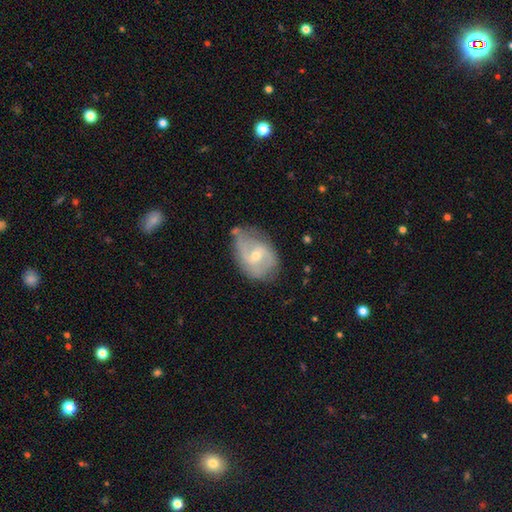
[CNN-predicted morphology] smooth-or-featured: featured or disk: 74% | smooth: 20% | star or artifact: 7%
  disk-edge-on: no: 96% | yes: 4%
    bar: weak: 52% | no: 34% | strong: 13%
    has-spiral-arms: yes: 86% | no: 14%
      spiral-winding: medium: 44% | loose: 33% | tight: 23%
      spiral-arm-count: 2: 73% | can't tell: 15% | 1: 6% | 3: 4% | 4: 1% | more than 4: 1%
    bulge-size: small: 49% | moderate: 48% | large: 1% | none: 1% | dominant: 1%
  merging: none: 55% | minor disturbance: 30% | major disturbance: 11% | merger: 4%